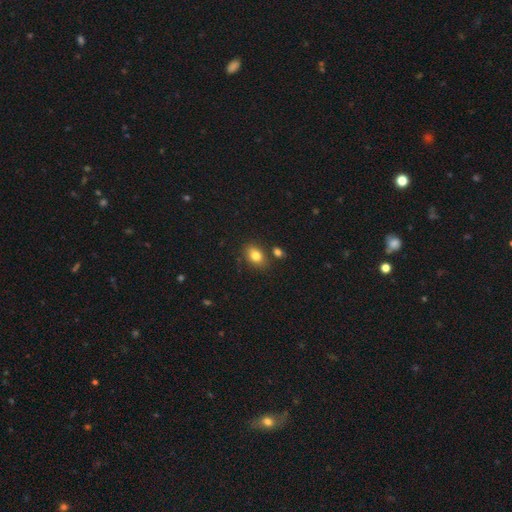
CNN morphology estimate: Smooth or featured?
  - smooth: 81% *
  - star or artifact: 10%
  - featured or disk: 9%
How rounded?
  - in between: 76% *
  - round: 22%
  - cigar-shaped: 1%
Merging?
  - none: 76% *
  - minor disturbance: 12%
  - merger: 8%
  - major disturbance: 3%